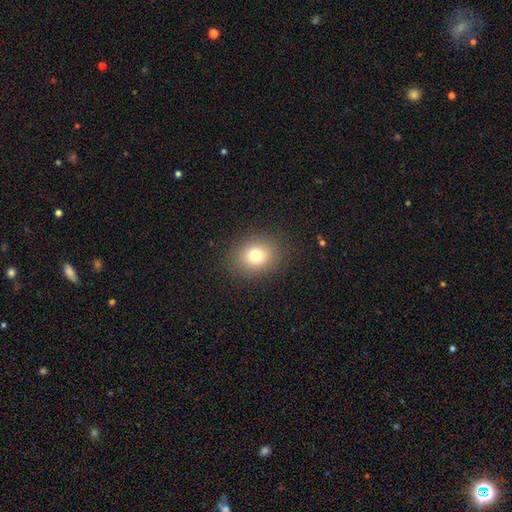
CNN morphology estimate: Smooth or featured: smooth — 77% (star or artifact — 13%)
How rounded: round — 61% (in between — 38%)
Merging: none — 88% (minor disturbance — 8%)